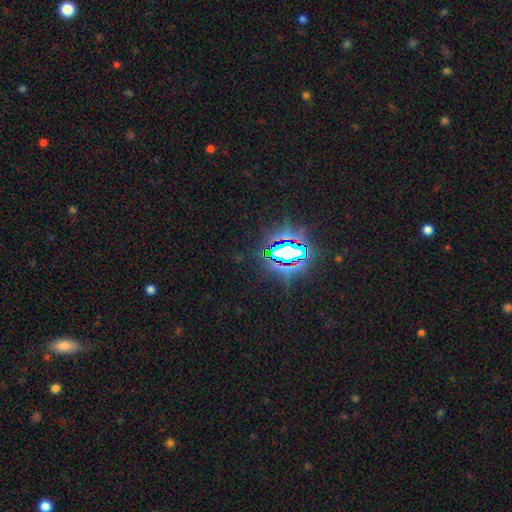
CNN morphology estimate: A star or artifact, not a galaxy (84%).

Vote fractions:
- Smooth or featured? star or artifact: 84% / smooth: 9% / featured or disk: 7%